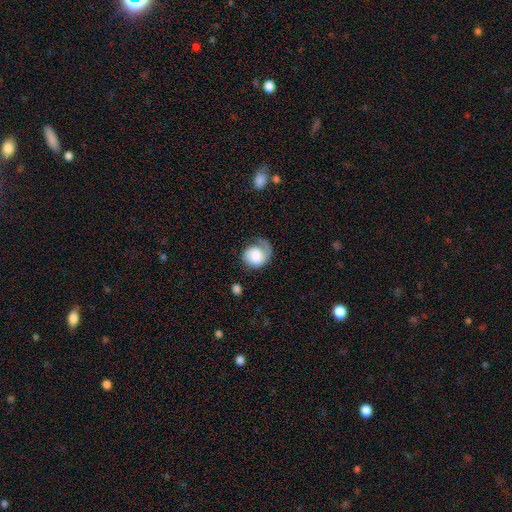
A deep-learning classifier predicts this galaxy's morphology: Smooth or featured? Predicted: featured or disk (p=0.47). Merging? Predicted: none (p=0.43).